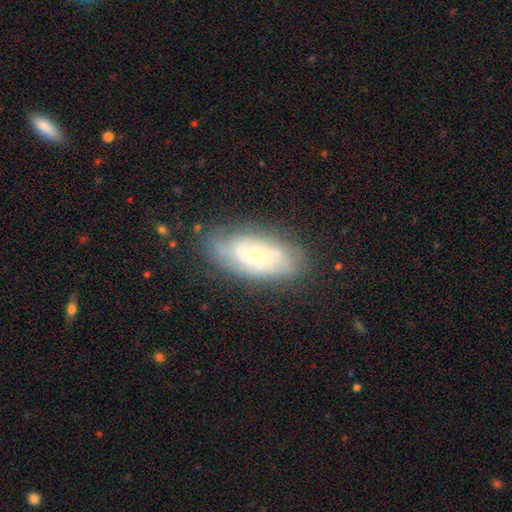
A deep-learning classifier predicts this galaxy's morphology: type=featured or disk (67%); edge-on=no (92%); bar=no (64%); spiral arms=yes (88%); winding=tight (51%); arm count=can't tell (42%); bulge=small (68%); merging=none (74%).